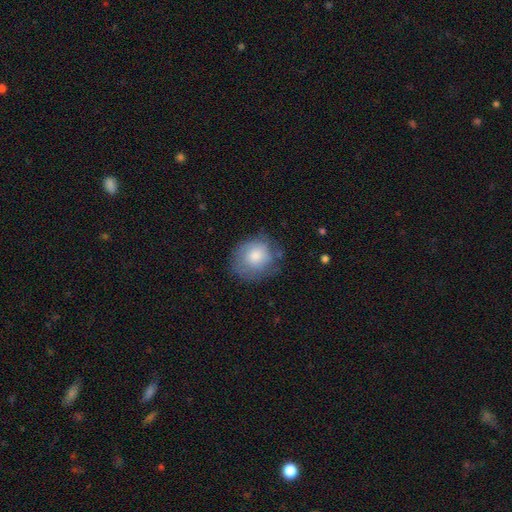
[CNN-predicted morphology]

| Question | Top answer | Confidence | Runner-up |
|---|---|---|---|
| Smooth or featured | smooth | 74% | featured or disk (19%) |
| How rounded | round | 80% | in between (19%) |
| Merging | none | 62% | minor disturbance (26%) |